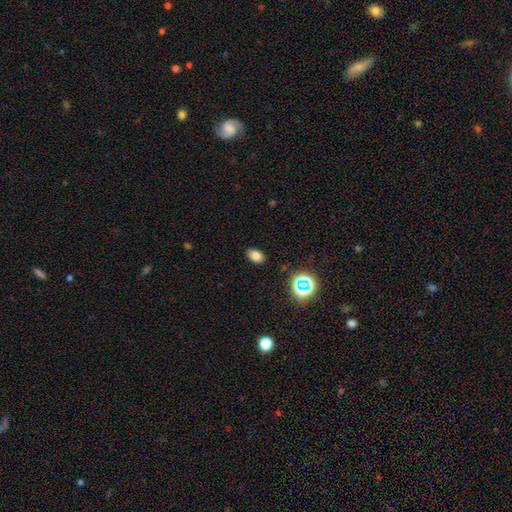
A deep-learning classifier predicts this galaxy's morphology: Q: Smooth or featured?
A: smooth (78%); runner-up: star or artifact (16%)
Q: How rounded?
A: in between (85%); runner-up: round (14%)
Q: Merging?
A: none (87%); runner-up: minor disturbance (9%)